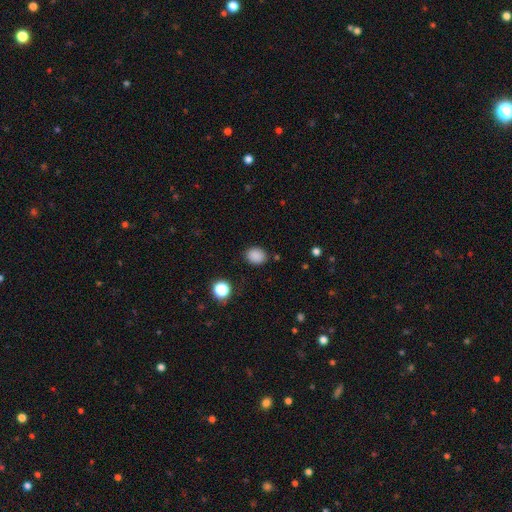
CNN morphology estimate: smooth_or_featured: smooth (p=0.85) [alt: star or artifact p=0.11]
how_rounded: round (p=0.56) [alt: in between p=0.43]
merging: none (p=0.85) [alt: minor disturbance p=0.10]